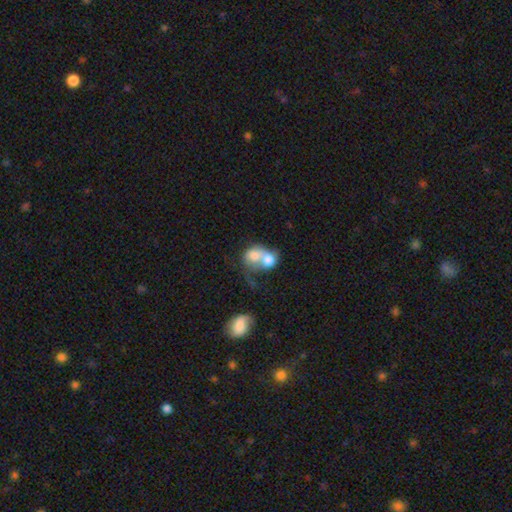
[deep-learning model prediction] Smooth or featured?
  - smooth: 65% *
  - featured or disk: 27%
  - star or artifact: 8%
How rounded?
  - in between: 51% *
  - round: 48%
  - cigar-shaped: 1%
Merging?
  - merger: 77% *
  - none: 10%
  - major disturbance: 8%
  - minor disturbance: 5%